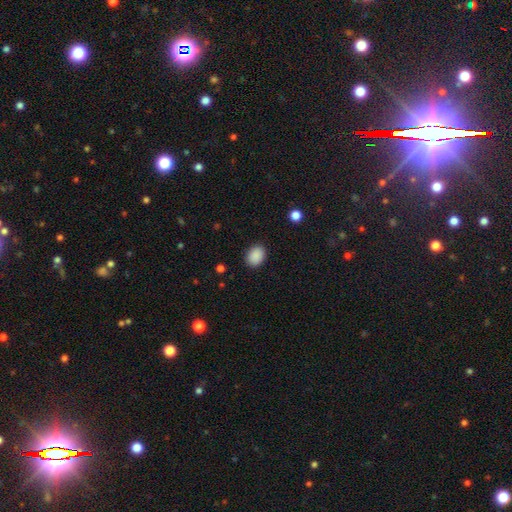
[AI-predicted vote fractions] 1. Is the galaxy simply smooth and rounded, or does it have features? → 89% smooth, 8% star or artifact, 3% featured or disk.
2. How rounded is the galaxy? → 62% in between, 37% round, 1% cigar-shaped.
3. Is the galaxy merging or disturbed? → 89% none, 8% minor disturbance, 2% major disturbance, 1% merger.